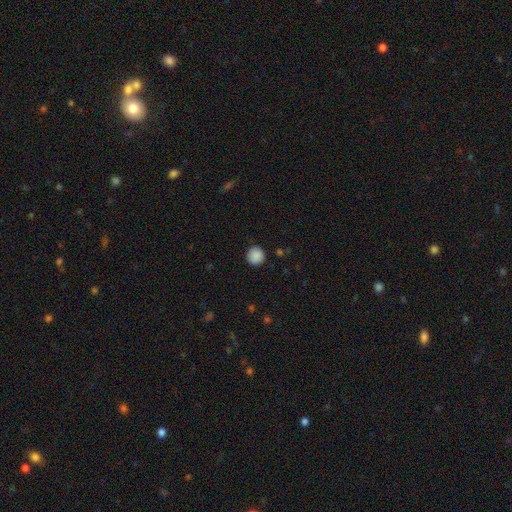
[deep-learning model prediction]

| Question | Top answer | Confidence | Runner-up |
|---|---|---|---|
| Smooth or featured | smooth | 89% | star or artifact (8%) |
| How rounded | round | 93% | in between (7%) |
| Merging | none | 89% | minor disturbance (8%) |